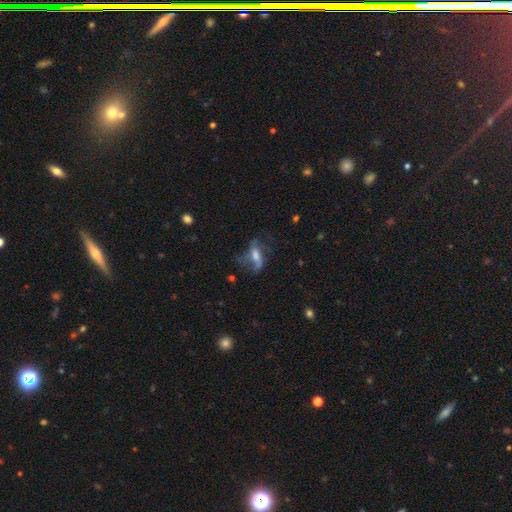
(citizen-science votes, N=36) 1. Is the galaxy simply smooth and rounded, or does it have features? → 83% featured or disk, 8% smooth, 8% star or artifact.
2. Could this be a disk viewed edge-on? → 80% no, 20% yes.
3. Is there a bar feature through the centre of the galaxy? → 42% no, 38% strong, 21% weak.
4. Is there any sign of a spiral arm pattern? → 88% yes, 12% no.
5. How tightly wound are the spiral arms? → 81% loose, 14% medium, 5% tight.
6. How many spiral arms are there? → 67% 2, 24% 4, 10% can't tell, 0% 1, 0% 3, 0% more than 4.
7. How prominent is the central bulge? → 54% moderate, 21% large, 12% small, 8% none, 4% dominant.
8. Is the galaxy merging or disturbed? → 55% none, 27% major disturbance, 15% minor disturbance, 3% merger.